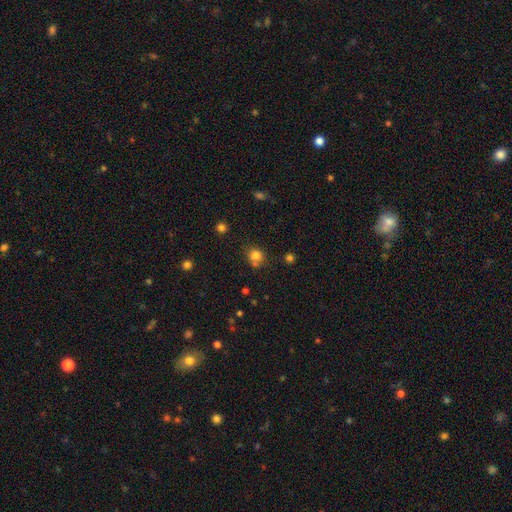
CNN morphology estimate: This appears to be a smooth galaxy with no disk features (79%) that is round (78%). Merging: none (64%).